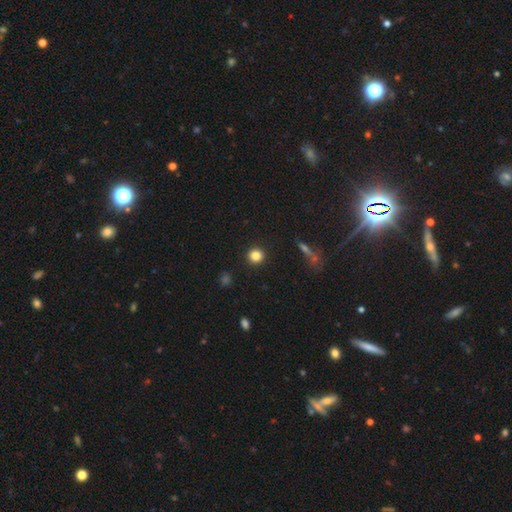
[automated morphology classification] A smooth galaxy with no disk features (84%) that is round (93%).

Vote fractions:
- Smooth or featured? smooth: 84% / star or artifact: 11% / featured or disk: 5%
- How rounded? round: 93% / in between: 6% / cigar-shaped: 1%
- Merging? none: 92% / minor disturbance: 5% / major disturbance: 2% / merger: 1%